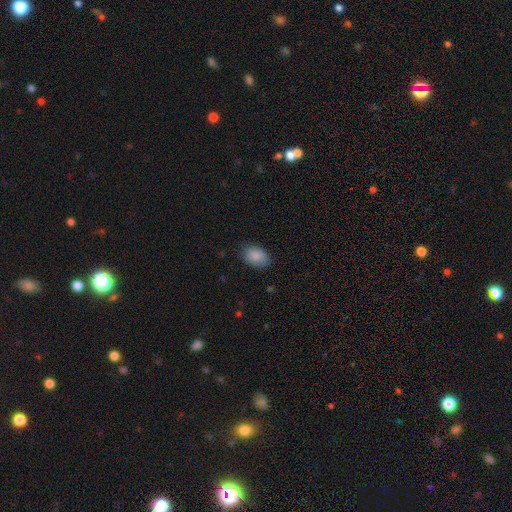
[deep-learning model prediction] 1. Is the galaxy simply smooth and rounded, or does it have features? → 86% smooth, 7% star or artifact, 7% featured or disk.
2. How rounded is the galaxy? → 83% in between, 16% round, 1% cigar-shaped.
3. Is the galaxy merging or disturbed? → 77% none, 18% minor disturbance, 4% major disturbance, 1% merger.